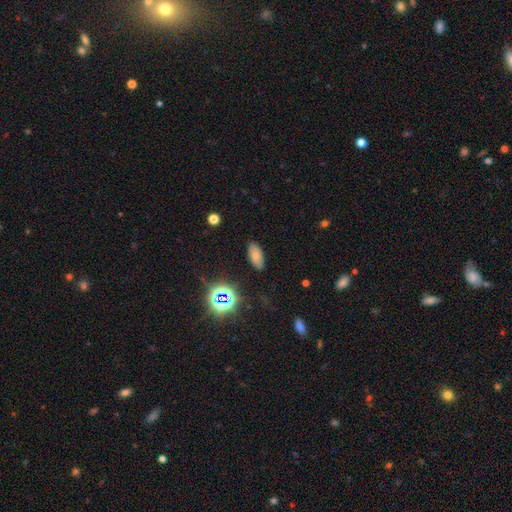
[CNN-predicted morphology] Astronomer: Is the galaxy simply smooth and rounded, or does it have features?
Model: smooth — 68%.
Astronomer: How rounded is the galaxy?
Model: in between — 90%.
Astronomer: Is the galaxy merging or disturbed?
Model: none — 86%.